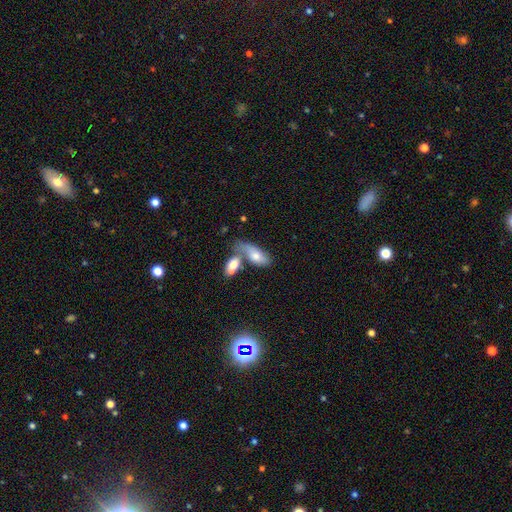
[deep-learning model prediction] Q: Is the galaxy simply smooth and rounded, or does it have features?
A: smooth — 70%.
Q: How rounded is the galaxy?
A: in between — 84%.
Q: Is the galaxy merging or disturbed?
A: merger — 51%.